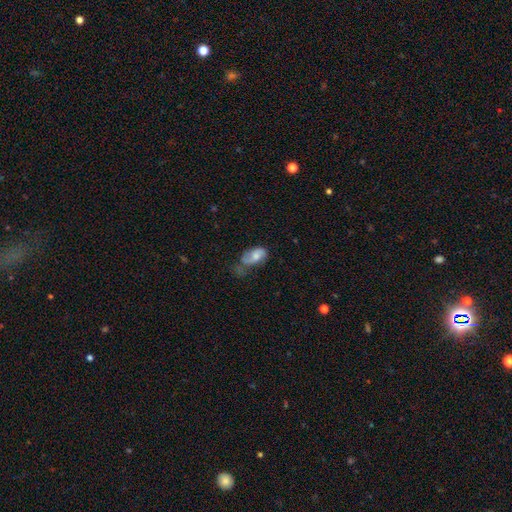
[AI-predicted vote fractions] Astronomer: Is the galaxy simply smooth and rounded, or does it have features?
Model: smooth — 55% (runner-up: featured or disk, 37%).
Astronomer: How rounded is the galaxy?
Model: in between — 91%.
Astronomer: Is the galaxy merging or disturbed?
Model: minor disturbance — 34%, tied with none at 34%.